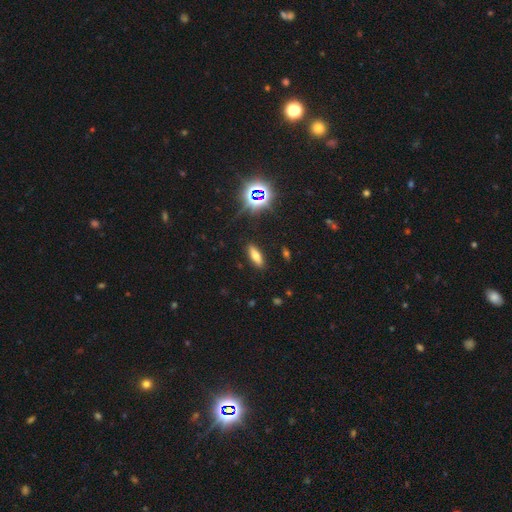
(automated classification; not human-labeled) Smooth or featured? Predicted: smooth (p=0.61). How rounded? Predicted: in between (p=0.58). Merging? Predicted: none (p=0.89).